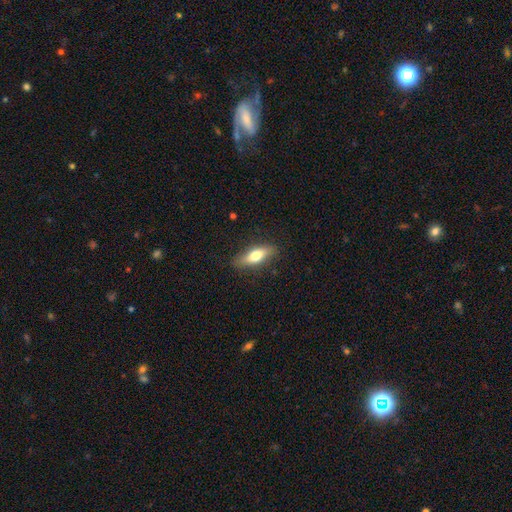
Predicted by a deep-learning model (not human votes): Smooth or featured? Predicted: smooth (p=0.67). How rounded? Predicted: in between (p=0.53). Merging? Predicted: none (p=0.84).